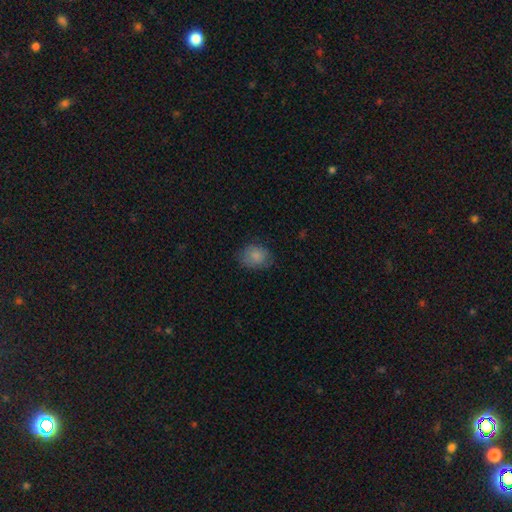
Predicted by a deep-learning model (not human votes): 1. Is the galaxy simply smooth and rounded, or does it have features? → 84% smooth, 8% star or artifact, 8% featured or disk.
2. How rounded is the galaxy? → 53% in between, 46% round, 1% cigar-shaped.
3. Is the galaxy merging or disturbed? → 74% none, 20% minor disturbance, 5% major disturbance, 1% merger.